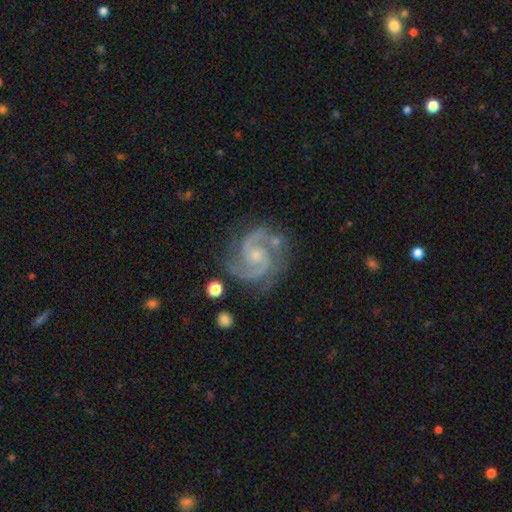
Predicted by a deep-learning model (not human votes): smooth_or_featured: featured or disk (p=0.93) [alt: star or artifact p=0.05]
disk_edge_on: no (p=0.98) [alt: yes p=0.02]
bar: no (p=0.62) [alt: weak p=0.31]
has_spiral_arms: yes (p=0.99) [alt: no p=0.01]
spiral_winding: medium (p=0.55) [alt: tight p=0.39]
spiral_arm_count: 2 (p=0.90) [alt: 3 p=0.05]
bulge_size: small (p=0.61) [alt: moderate p=0.31]
merging: none (p=0.76) [alt: minor disturbance p=0.16]